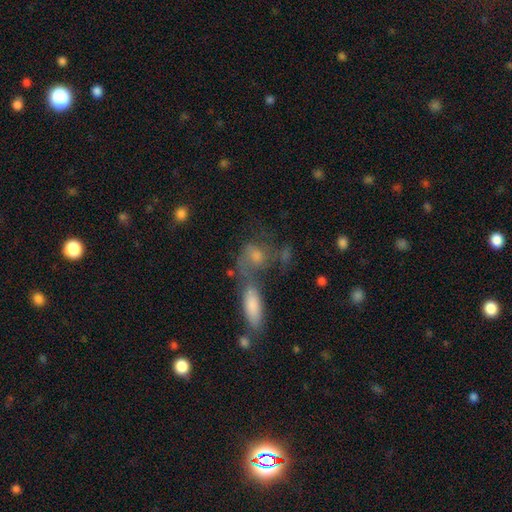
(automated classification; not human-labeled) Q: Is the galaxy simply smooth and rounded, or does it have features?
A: smooth — 43%.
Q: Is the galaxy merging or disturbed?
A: none — 37%.